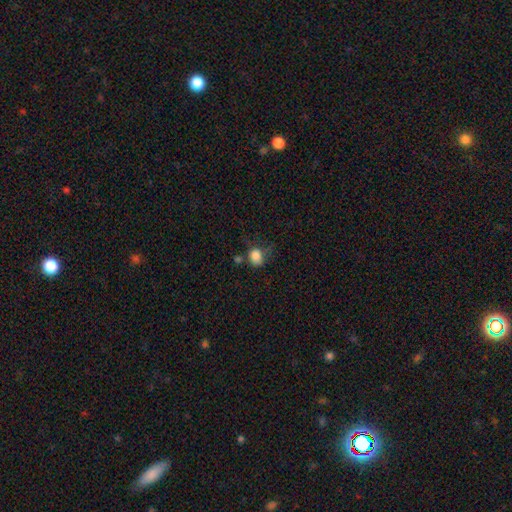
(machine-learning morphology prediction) Q: Smooth or featured?
A: smooth (83%); runner-up: star or artifact (11%)
Q: How rounded?
A: round (69%); runner-up: in between (30%)
Q: Merging?
A: none (45%); runner-up: minor disturbance (28%)